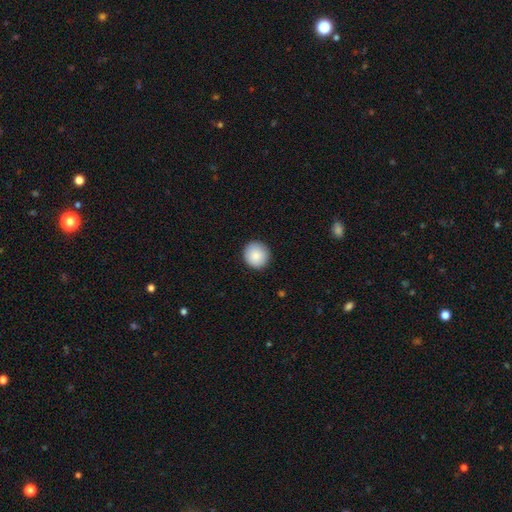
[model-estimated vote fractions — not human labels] Smooth or featured?
  - smooth: 88% *
  - star or artifact: 7%
  - featured or disk: 5%
How rounded?
  - round: 93% *
  - in between: 6%
  - cigar-shaped: 1%
Merging?
  - none: 92% *
  - minor disturbance: 6%
  - major disturbance: 2%
  - merger: 1%